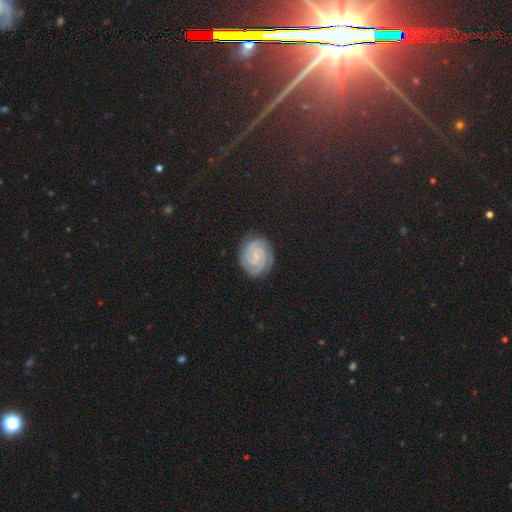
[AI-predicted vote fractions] Overall: featured or disk (84%). Edge-on disk: no (98%). Bar: no (49%; weak 39%). Spiral arms: yes (98%). Spiral arm count: 2 (61%). Spiral winding: tight (81%). Bulge size: small (68%). Merging: none (85%).